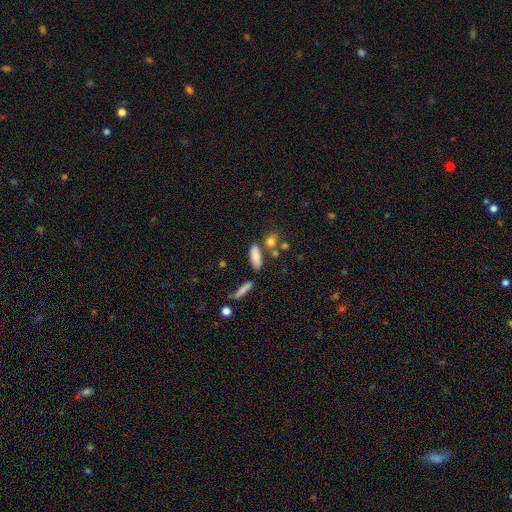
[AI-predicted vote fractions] A smooth galaxy with no disk features (81%) that is in between round and cigar-shaped (61%). Merging: none (68%).